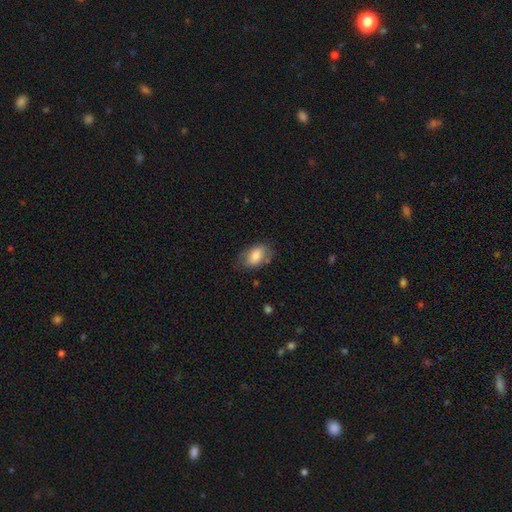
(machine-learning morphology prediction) smooth_or_featured: smooth (p=0.75) [alt: featured or disk p=0.18]
how_rounded: in between (p=0.89) [alt: round p=0.09]
merging: none (p=0.63) [alt: minor disturbance p=0.25]